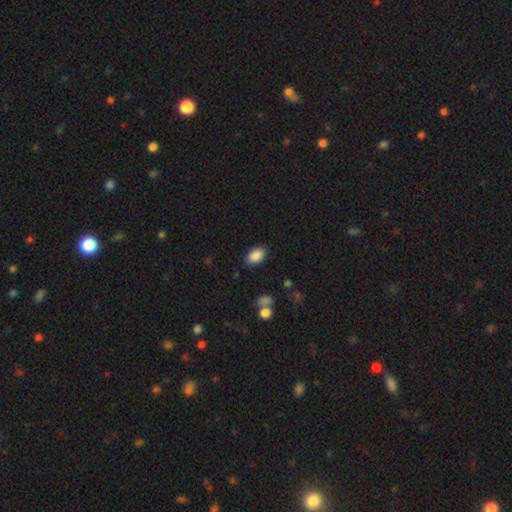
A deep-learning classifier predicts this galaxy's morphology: Smooth or featured? smooth (88%)
How rounded? in between (89%)
Merging? none (85%)